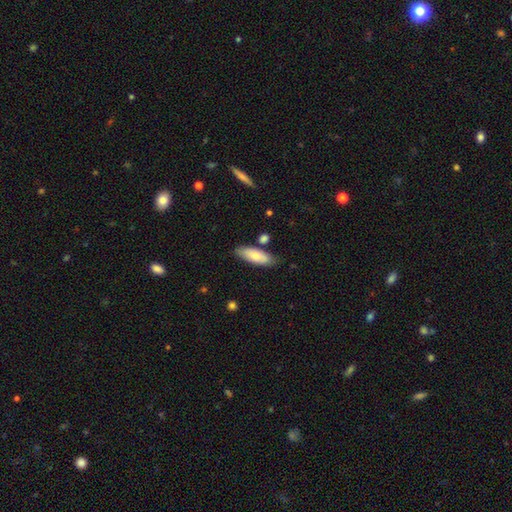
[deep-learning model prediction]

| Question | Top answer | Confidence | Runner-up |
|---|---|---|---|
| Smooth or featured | smooth | 74% | featured or disk (20%) |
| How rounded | in between | 65% | cigar-shaped (33%) |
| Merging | none | 78% | minor disturbance (14%) |